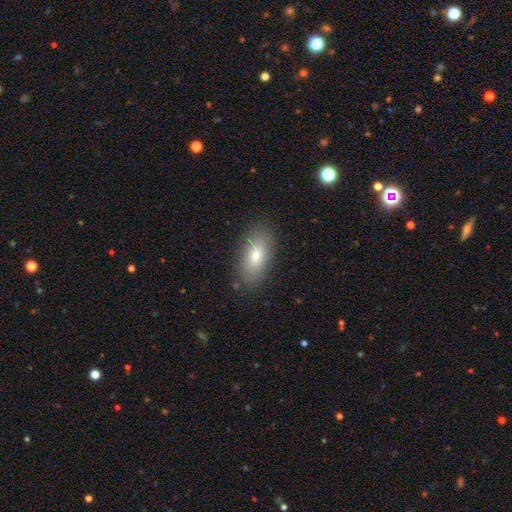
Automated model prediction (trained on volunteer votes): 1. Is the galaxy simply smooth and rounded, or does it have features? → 77% smooth, 15% featured or disk, 8% star or artifact.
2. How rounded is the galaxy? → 88% in between, 8% cigar-shaped, 5% round.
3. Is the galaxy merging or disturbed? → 86% none, 10% minor disturbance, 3% major disturbance, 1% merger.